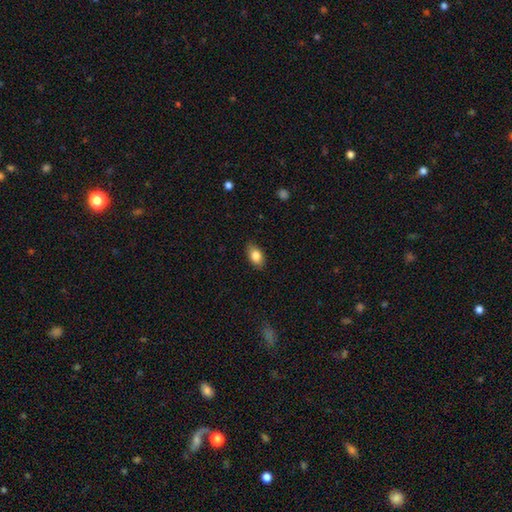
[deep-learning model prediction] smooth-or-featured: smooth: 84% | featured or disk: 9% | star or artifact: 7%
  how-rounded: in between: 89% | round: 8% | cigar-shaped: 2%
  merging: none: 85% | minor disturbance: 11% | major disturbance: 2% | merger: 1%